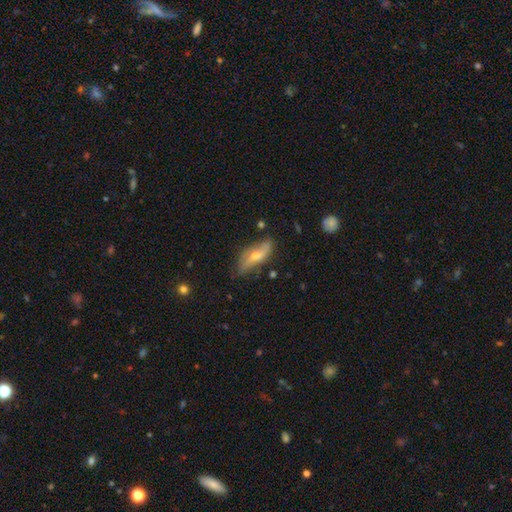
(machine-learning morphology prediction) Q: Smooth or featured?
A: featured or disk (63%); runner-up: smooth (29%)
Q: Edge-on disk?
A: no (63%); runner-up: yes (37%)
Q: Merging?
A: none (70%); runner-up: minor disturbance (22%)